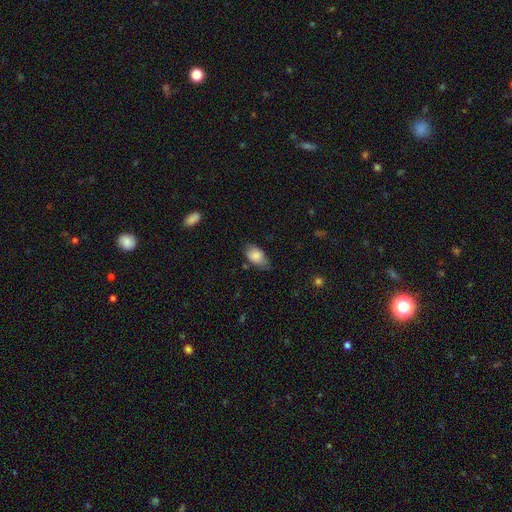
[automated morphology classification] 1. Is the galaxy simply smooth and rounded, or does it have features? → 80% smooth, 13% featured or disk, 7% star or artifact.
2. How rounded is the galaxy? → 91% in between, 7% round, 2% cigar-shaped.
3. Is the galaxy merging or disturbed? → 55% none, 33% minor disturbance, 9% major disturbance, 2% merger.